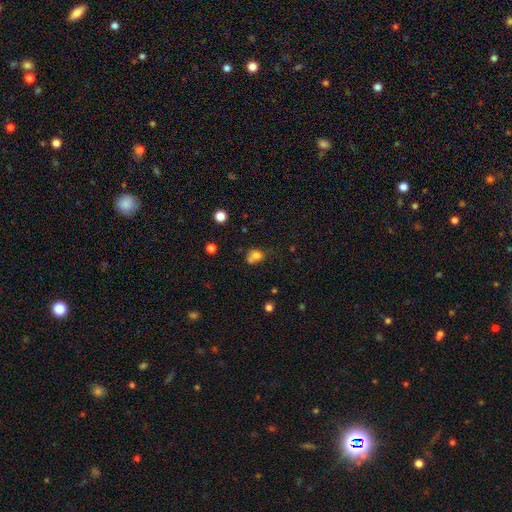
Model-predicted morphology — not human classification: Q: Smooth or featured?
A: smooth (74%); runner-up: star or artifact (14%)
Q: How rounded?
A: in between (53%); runner-up: round (46%)
Q: Merging?
A: none (39%); runner-up: minor disturbance (28%)